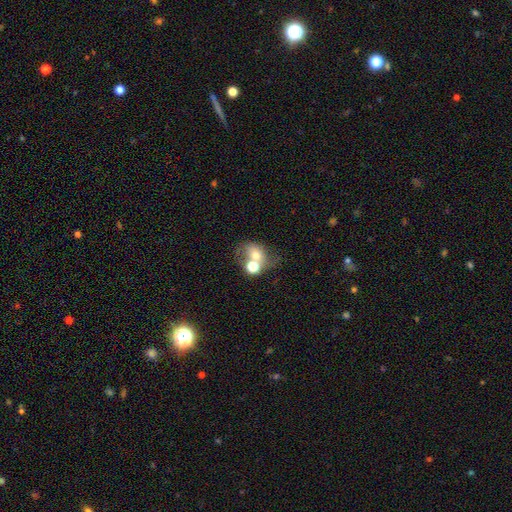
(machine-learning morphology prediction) Overall: smooth (57%; featured or disk 29%). How rounded: round (50%; in between 49%). Merging: merger (48%; none 31%).